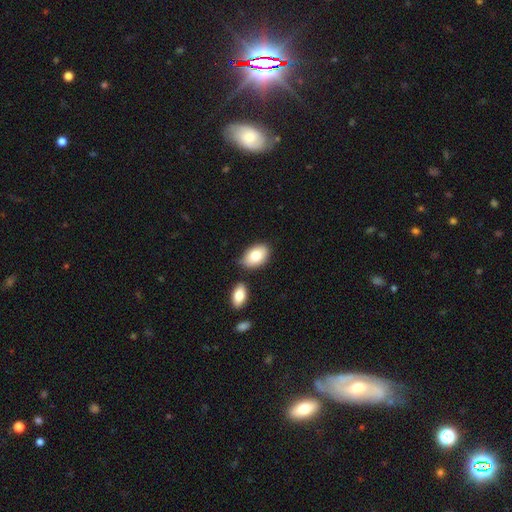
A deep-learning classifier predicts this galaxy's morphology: Smooth or featured? Predicted: smooth (p=0.80). How rounded? Predicted: in between (p=0.90). Merging? Predicted: none (p=0.73).